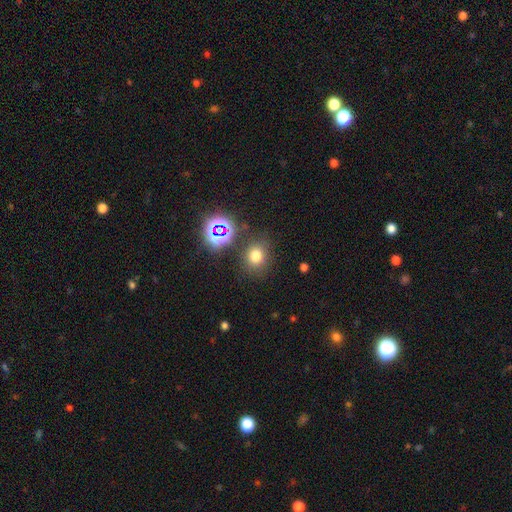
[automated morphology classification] smooth_or_featured: smooth (p=0.71) [alt: star or artifact p=0.22]
how_rounded: round (p=0.70) [alt: in between p=0.29]
merging: none (p=0.79) [alt: minor disturbance p=0.11]